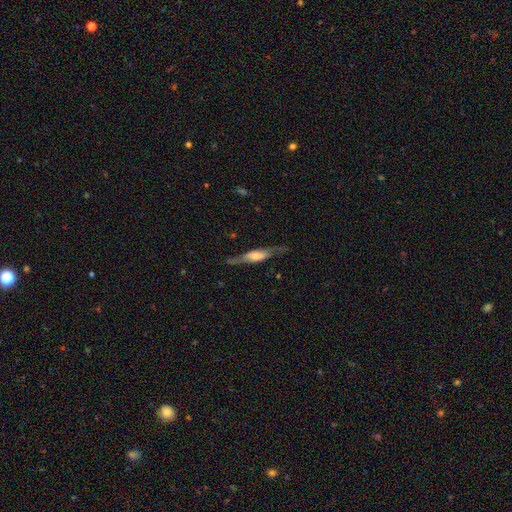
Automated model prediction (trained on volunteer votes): The model was most divided on "smooth or featured": featured or disk: 67%, smooth: 27%, star or artifact: 6%. More confident: merging — none (74%); edge-on disk — yes (70%).